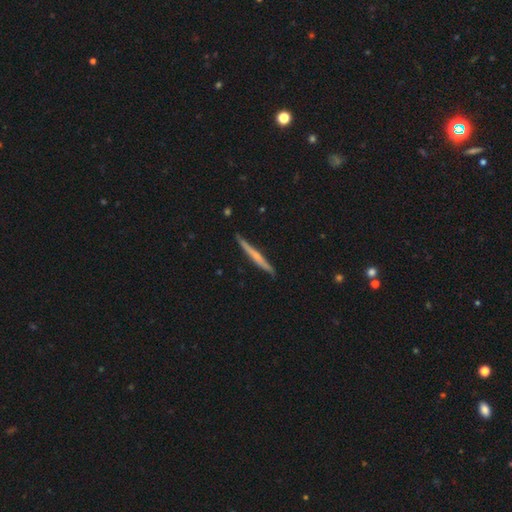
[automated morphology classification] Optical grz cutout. It shows a featured or disk galaxy (58%) viewed edge-on (98%) with no central bulge (56%). Merging: none (90%).